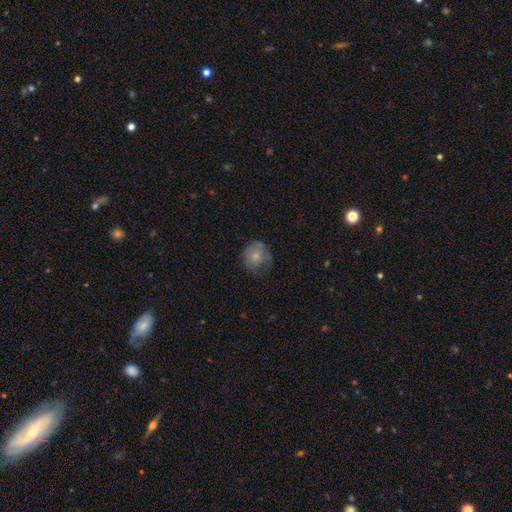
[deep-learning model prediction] smooth_or_featured: smooth (p=0.76) [alt: featured or disk p=0.15]
how_rounded: round (p=0.82) [alt: in between p=0.17]
merging: none (p=0.59) [alt: minor disturbance p=0.28]